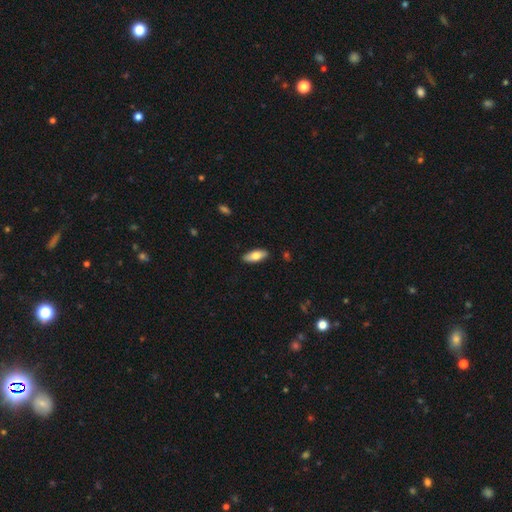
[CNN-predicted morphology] A smooth galaxy with no disk features (74%) that is in between round and cigar-shaped (76%). Merging: none (89%).